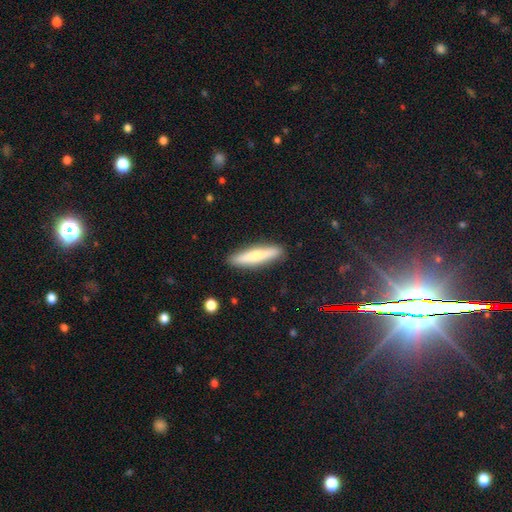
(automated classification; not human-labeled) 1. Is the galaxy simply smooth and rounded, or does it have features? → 59% smooth, 35% featured or disk, 6% star or artifact.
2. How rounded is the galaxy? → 86% cigar-shaped, 12% in between, 2% round.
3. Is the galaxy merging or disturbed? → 90% none, 8% minor disturbance, 2% major disturbance, 1% merger.